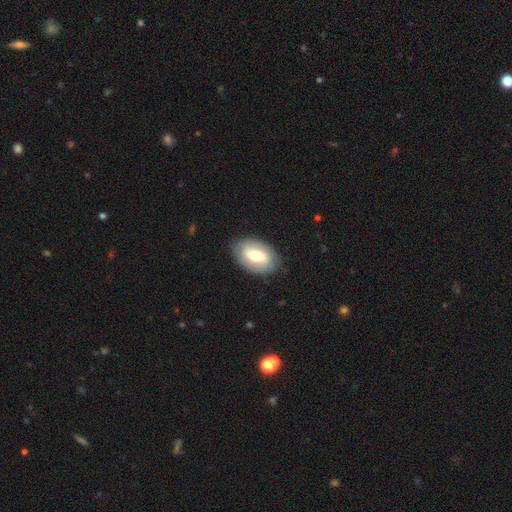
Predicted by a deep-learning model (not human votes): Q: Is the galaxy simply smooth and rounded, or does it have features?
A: smooth — 52%.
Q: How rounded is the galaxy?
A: in between — 87%.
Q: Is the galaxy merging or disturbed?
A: none — 84%.